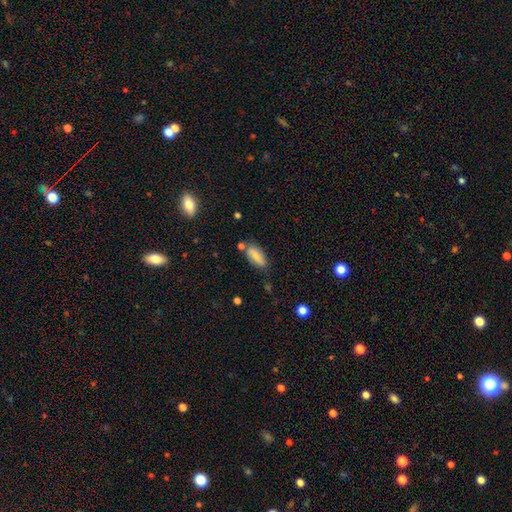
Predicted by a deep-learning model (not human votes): Q: Smooth or featured?
A: smooth (69%); runner-up: featured or disk (23%)
Q: How rounded?
A: in between (85%); runner-up: cigar-shaped (12%)
Q: Merging?
A: none (67%); runner-up: minor disturbance (20%)